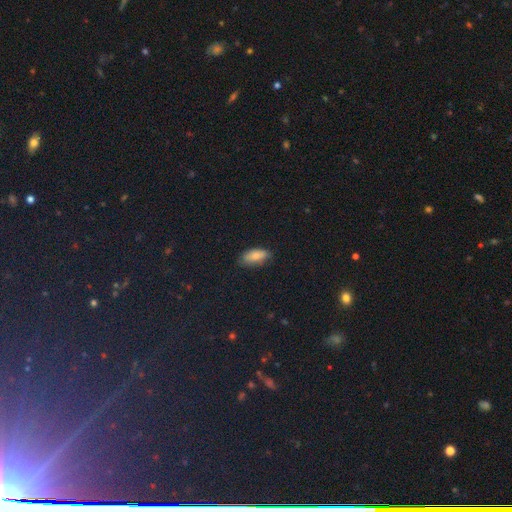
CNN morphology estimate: Smooth or featured: smooth — 82% (featured or disk — 10%)
How rounded: in between — 86% (cigar-shaped — 12%)
Merging: none — 78% (minor disturbance — 18%)